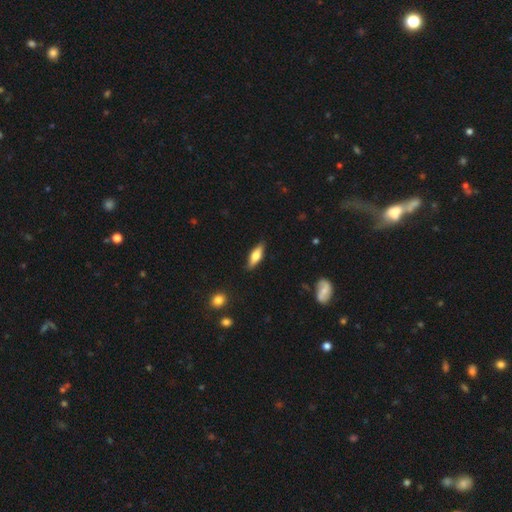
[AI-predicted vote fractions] Smooth or featured: smooth — 59% (featured or disk — 35%)
How rounded: in between — 53% (cigar-shaped — 45%)
Merging: none — 87% (minor disturbance — 10%)